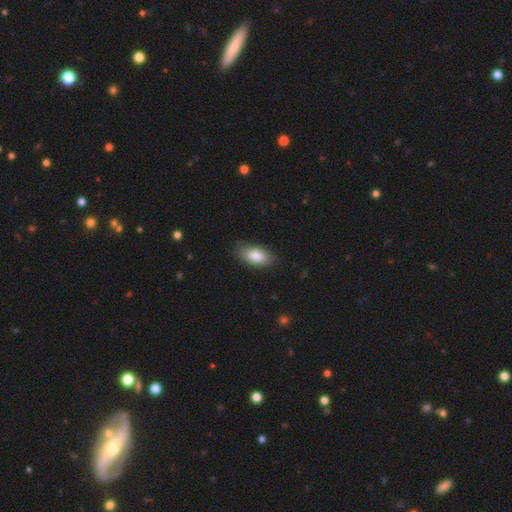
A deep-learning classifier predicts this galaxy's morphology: A smooth galaxy with no disk features (83%) that is in between round and cigar-shaped (91%).

Vote fractions:
- Smooth or featured? smooth: 83% / featured or disk: 10% / star or artifact: 7%
- How rounded? in between: 91% / cigar-shaped: 5% / round: 4%
- Merging? none: 85% / minor disturbance: 12% / major disturbance: 2% / merger: 1%